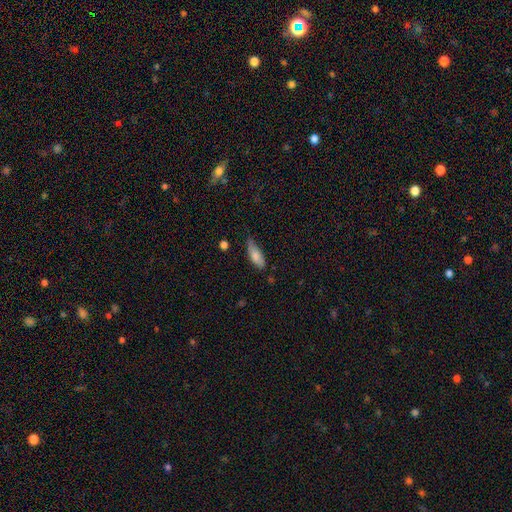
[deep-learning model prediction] Smooth or featured? smooth (79%)
How rounded? in between (66%)
Merging? none (57%)